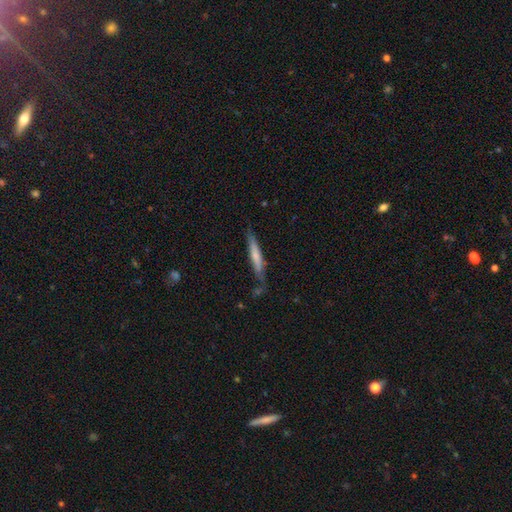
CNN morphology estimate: Smooth or featured?
  - smooth: 62% *
  - featured or disk: 33%
  - star or artifact: 5%
How rounded?
  - cigar-shaped: 93% *
  - in between: 6%
  - round: 1%
Merging?
  - none: 73% *
  - minor disturbance: 19%
  - major disturbance: 4%
  - merger: 4%